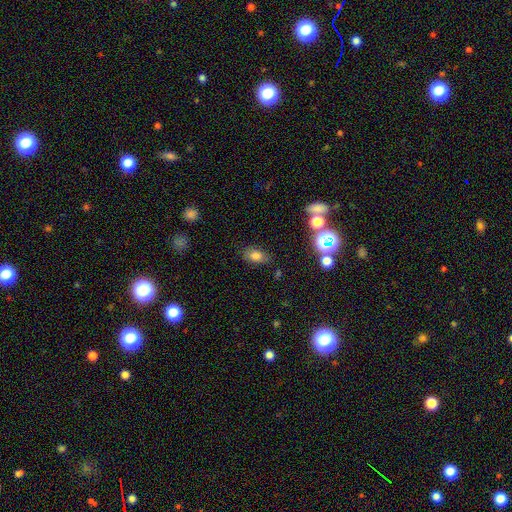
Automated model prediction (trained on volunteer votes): Q: Smooth or featured?
A: smooth (77%); runner-up: star or artifact (14%)
Q: How rounded?
A: in between (83%); runner-up: round (14%)
Q: Merging?
A: none (76%); runner-up: minor disturbance (16%)